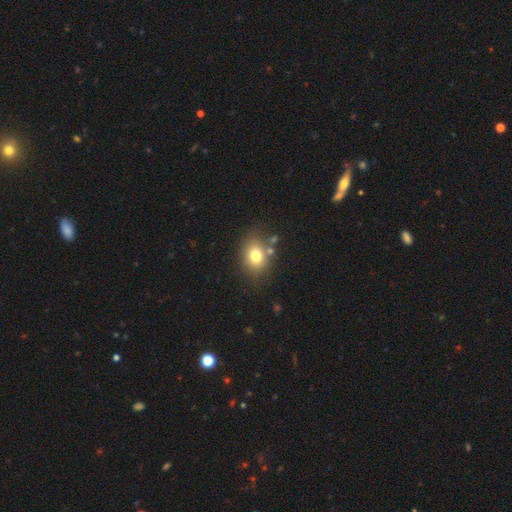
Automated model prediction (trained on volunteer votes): Smooth or featured? Predicted: smooth (p=0.76). How rounded? Predicted: in between (p=0.57). Merging? Predicted: none (p=0.73).